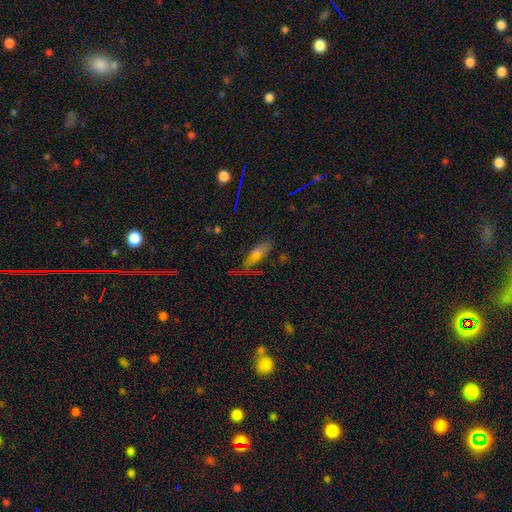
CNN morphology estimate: smooth 59%, star or artifact 23%, featured or disk 18%. Down the decision tree: how rounded — in between (64%); merging — none (80%).